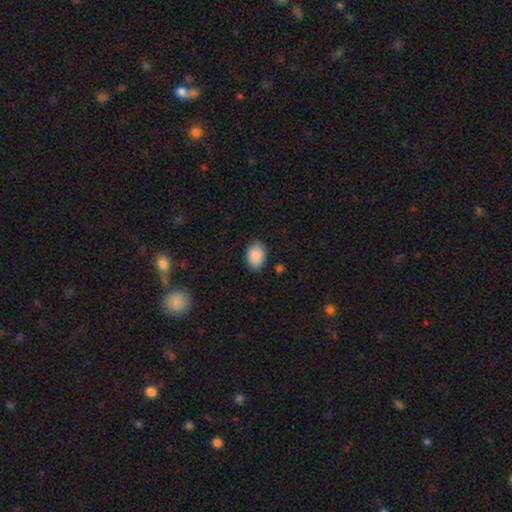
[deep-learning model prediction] smooth-or-featured: smooth: 90% | star or artifact: 7% | featured or disk: 3%
  how-rounded: in between: 74% | round: 25% | cigar-shaped: 1%
  merging: none: 86% | minor disturbance: 10% | major disturbance: 2% | merger: 1%